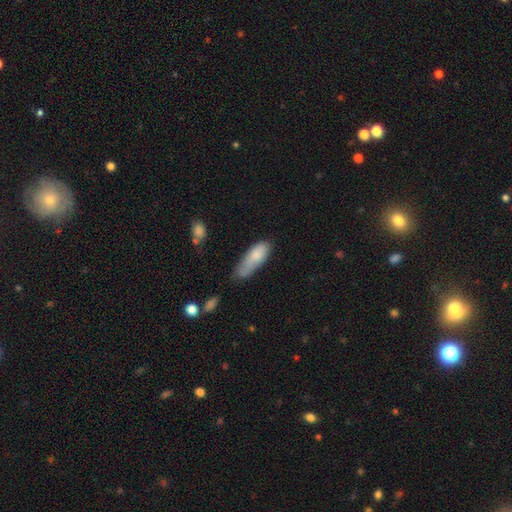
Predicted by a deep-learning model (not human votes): Smooth or featured? Predicted: smooth (p=0.77). How rounded? Predicted: in between (p=0.67). Merging? Predicted: minor disturbance (p=0.39).